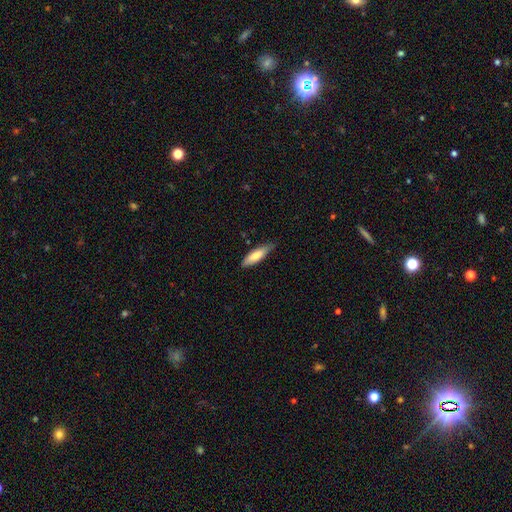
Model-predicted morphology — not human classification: Smooth or featured: smooth — 76% (featured or disk — 19%)
How rounded: cigar-shaped — 55% (in between — 44%)
Merging: none — 74% (minor disturbance — 22%)